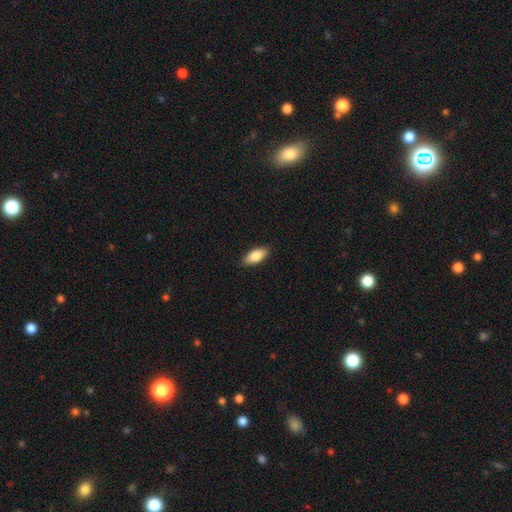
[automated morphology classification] A smooth galaxy with no disk features (85%) that is in between round and cigar-shaped (87%). Merging: none (88%).